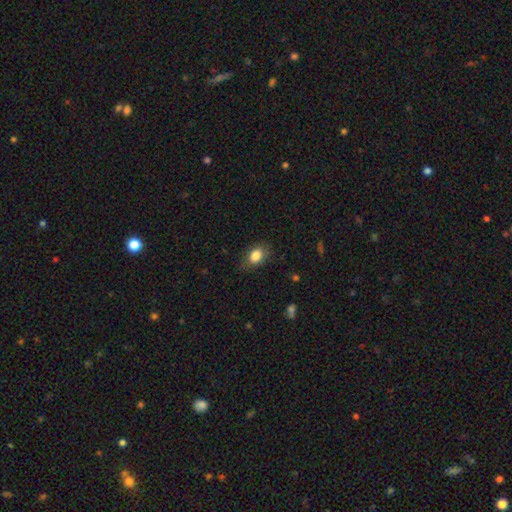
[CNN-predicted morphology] Smooth or featured? smooth (84%)
How rounded? in between (74%)
Merging? none (76%)